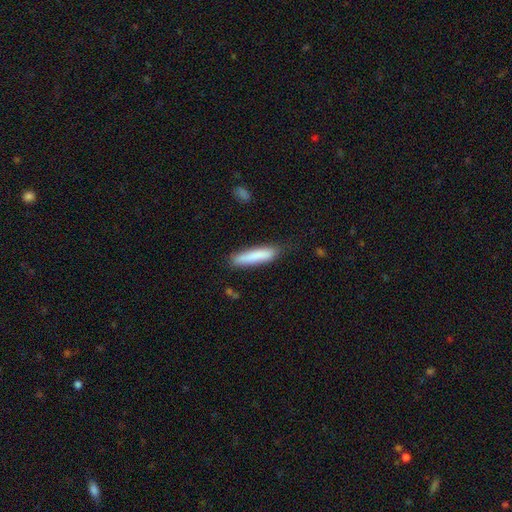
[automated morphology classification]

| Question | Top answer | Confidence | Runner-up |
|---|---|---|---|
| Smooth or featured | smooth | 76% | featured or disk (15%) |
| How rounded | cigar-shaped | 89% | in between (9%) |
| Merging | none | 81% | minor disturbance (15%) |